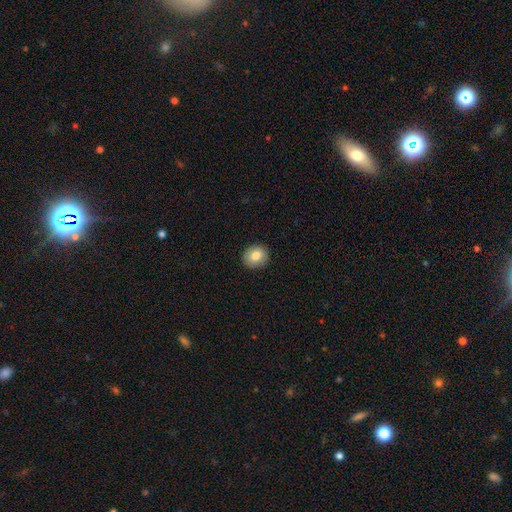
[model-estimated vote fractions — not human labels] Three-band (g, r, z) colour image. It shows a smooth galaxy with no disk features (79%) that is round (77%). Merging: none (90%).